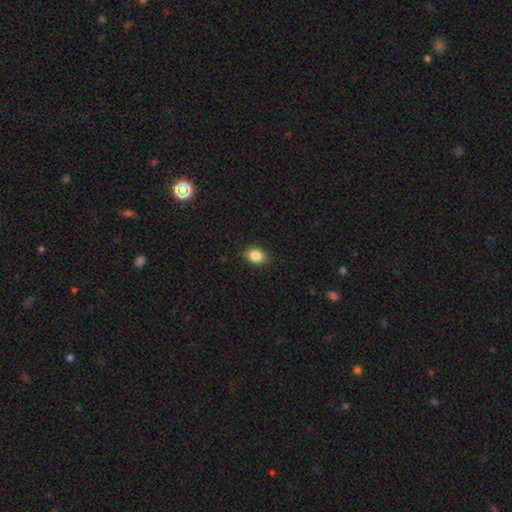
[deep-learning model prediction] Smooth or featured?
  - smooth: 86% *
  - star or artifact: 9%
  - featured or disk: 5%
How rounded?
  - in between: 68% *
  - round: 31%
  - cigar-shaped: 1%
Merging?
  - none: 88% *
  - minor disturbance: 9%
  - major disturbance: 2%
  - merger: 1%